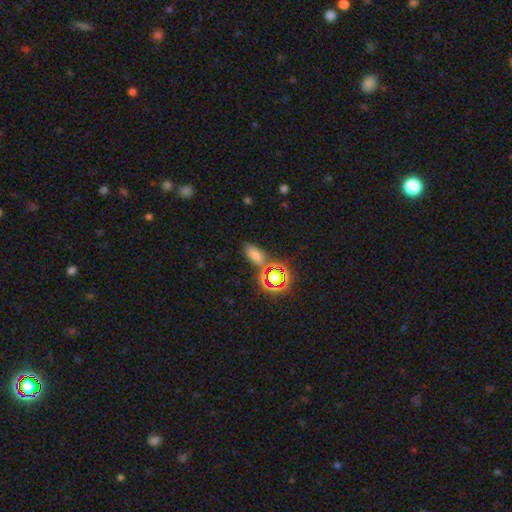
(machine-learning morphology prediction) type=smooth (57%); roundness=in between (77%); merging=none (70%).